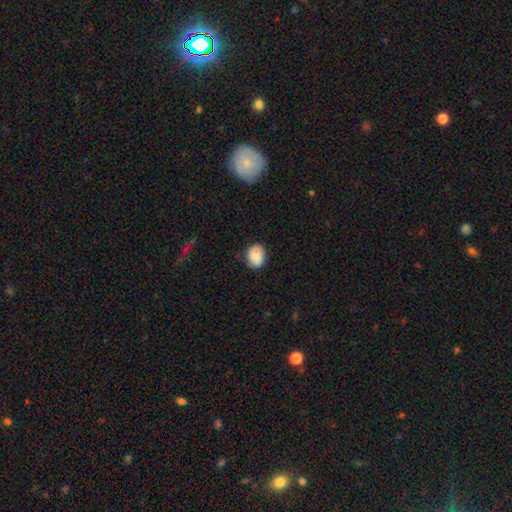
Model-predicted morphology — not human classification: A smooth galaxy with no disk features (80%) that is in between round and cigar-shaped (50%). Merging: none (71%).